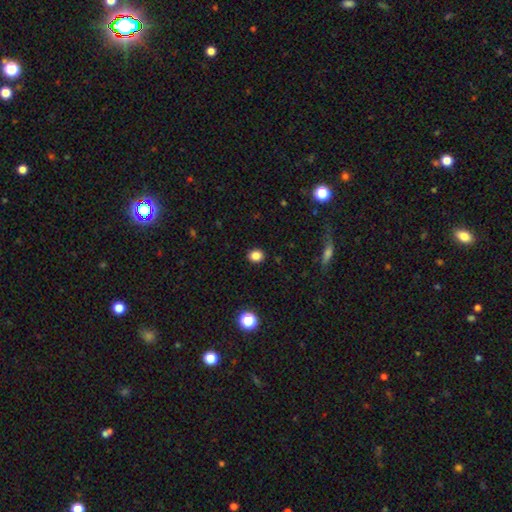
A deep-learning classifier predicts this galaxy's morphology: Smooth or featured? Predicted: smooth (p=0.84). How rounded? Predicted: round (p=0.70). Merging? Predicted: none (p=0.91).